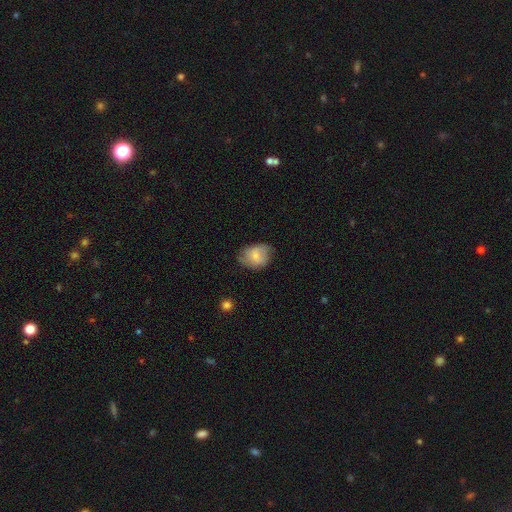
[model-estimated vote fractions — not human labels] Smooth or featured?
  - smooth: 71% *
  - featured or disk: 22%
  - star or artifact: 8%
How rounded?
  - in between: 62% *
  - round: 37%
  - cigar-shaped: 1%
Merging?
  - none: 61% *
  - minor disturbance: 29%
  - major disturbance: 9%
  - merger: 1%